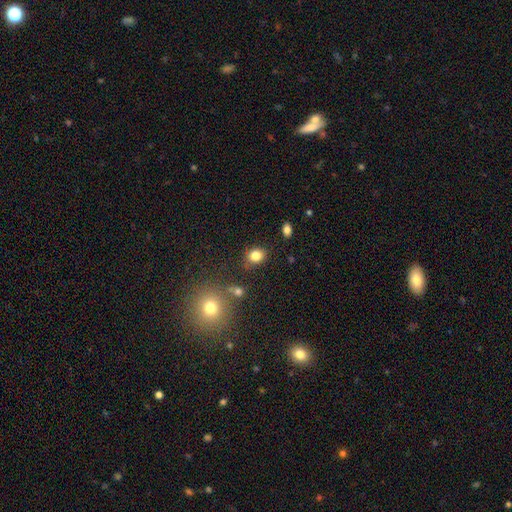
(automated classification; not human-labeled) Smooth or featured? smooth (83%)
How rounded? round (58%)
Merging? none (79%)